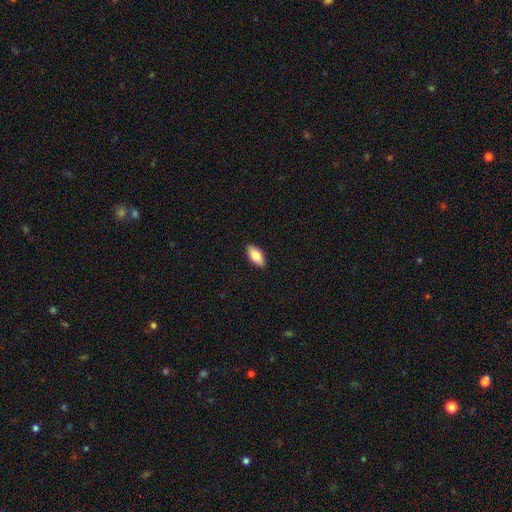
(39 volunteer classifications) Smooth or featured? 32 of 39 (82%) said smooth. How rounded? 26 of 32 (81%) said in between. Merging? 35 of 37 (95%) said none.